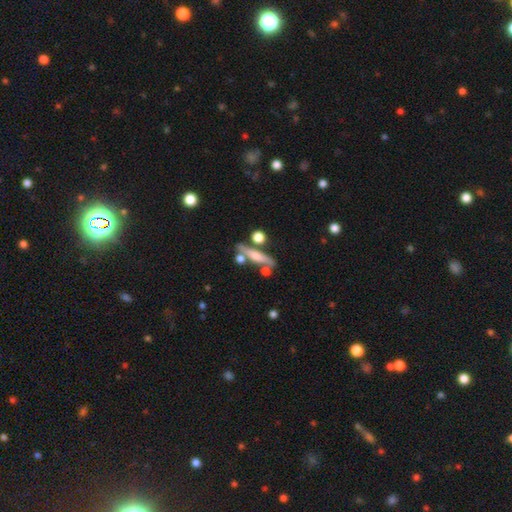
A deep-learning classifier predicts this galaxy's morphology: featured or disk 47%, smooth 44%, star or artifact 9%. Down the decision tree: merging — none (66%).